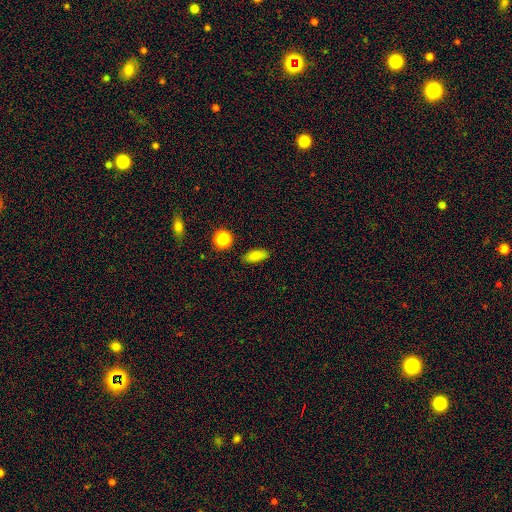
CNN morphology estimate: Smooth or featured?
  - smooth: 83% *
  - star or artifact: 12%
  - featured or disk: 5%
How rounded?
  - in between: 80% *
  - cigar-shaped: 14%
  - round: 7%
Merging?
  - none: 85% *
  - minor disturbance: 10%
  - major disturbance: 3%
  - merger: 2%